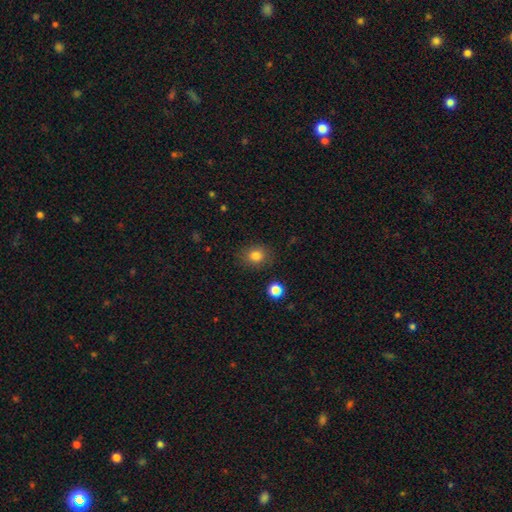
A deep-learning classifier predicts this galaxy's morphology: smooth-or-featured: smooth: 83% | star or artifact: 12% | featured or disk: 5%
  how-rounded: round: 68% | in between: 31% | cigar-shaped: 1%
  merging: none: 84% | minor disturbance: 11% | major disturbance: 3% | merger: 2%